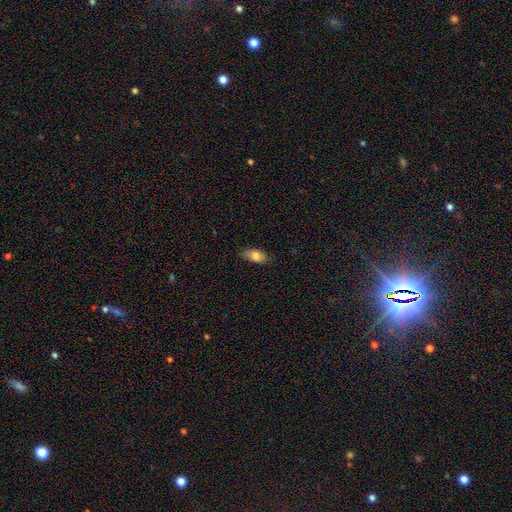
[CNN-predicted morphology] Smooth or featured? Predicted: smooth (p=0.81). How rounded? Predicted: in between (p=0.89). Merging? Predicted: none (p=0.81).